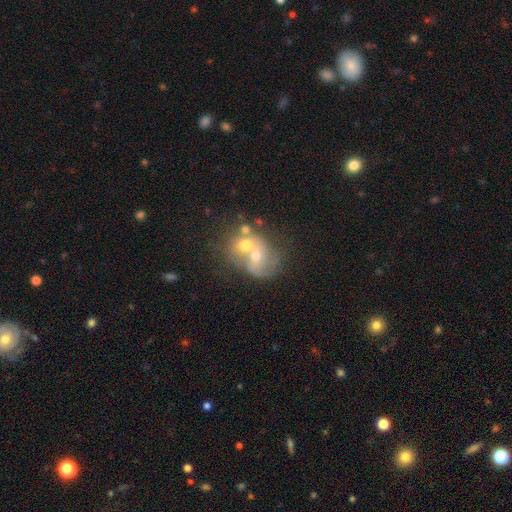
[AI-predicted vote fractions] smooth_or_featured: featured or disk (p=0.51) [alt: smooth p=0.38]
disk_edge_on: no (p=0.97) [alt: yes p=0.03]
merging: merger (p=0.68) [alt: none p=0.17]